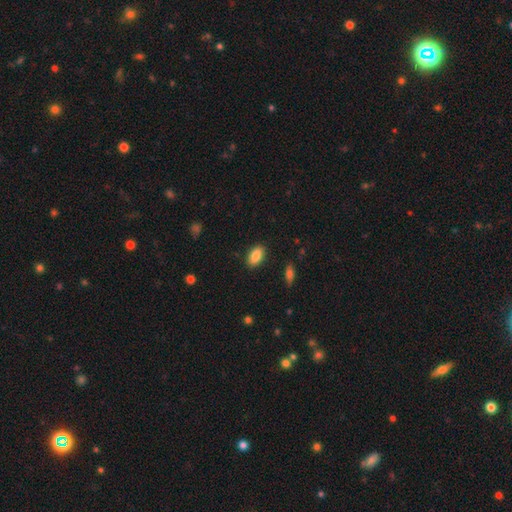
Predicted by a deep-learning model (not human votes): smooth 86%, star or artifact 7%, featured or disk 6%. Down the decision tree: how rounded — in between (91%); merging — none (87%).